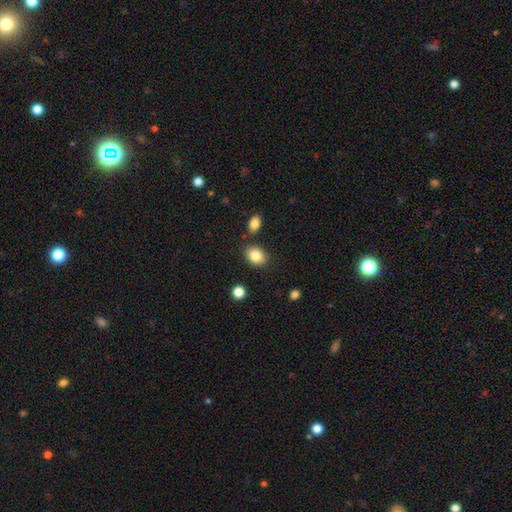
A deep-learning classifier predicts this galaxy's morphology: smooth 84%, star or artifact 8%, featured or disk 7%. Down the decision tree: how rounded — in between (72%); merging — none (82%).